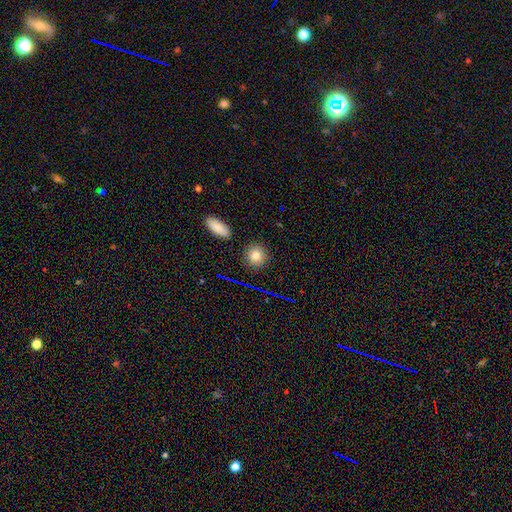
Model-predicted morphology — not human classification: The model was most divided on "smooth or featured": smooth: 78%, star or artifact: 13%, featured or disk: 9%. More confident: merging — none (88%); how rounded — round (88%).